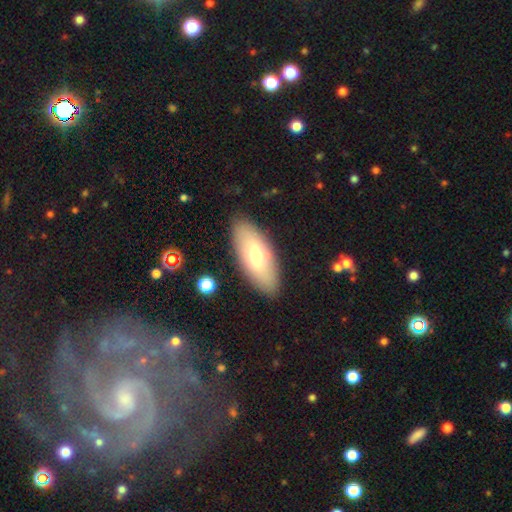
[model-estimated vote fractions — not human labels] Smooth or featured?
  - smooth: 65% *
  - featured or disk: 28%
  - star or artifact: 7%
How rounded?
  - in between: 83% *
  - cigar-shaped: 15%
  - round: 2%
Merging?
  - none: 86% *
  - minor disturbance: 9%
  - major disturbance: 3%
  - merger: 2%